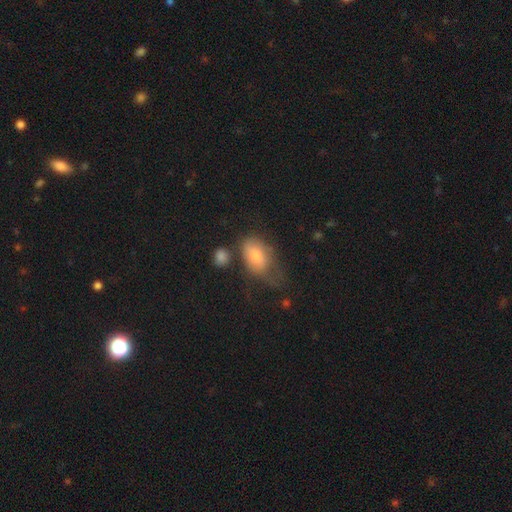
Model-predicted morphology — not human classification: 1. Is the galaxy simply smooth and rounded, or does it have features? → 70% smooth, 22% featured or disk, 9% star or artifact.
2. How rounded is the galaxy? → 88% in between, 10% round, 2% cigar-shaped.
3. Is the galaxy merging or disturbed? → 31% minor disturbance, 30% none, 30% major disturbance, 9% merger.